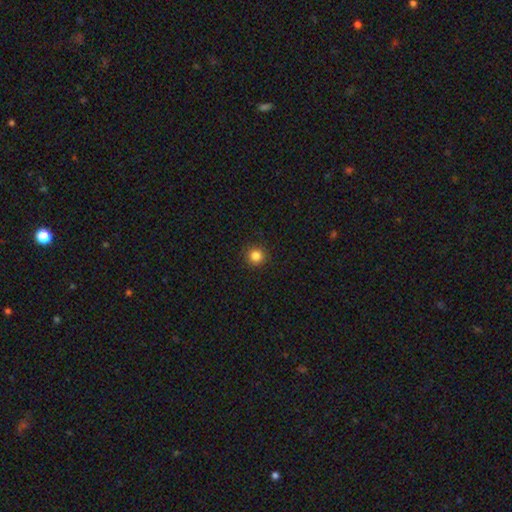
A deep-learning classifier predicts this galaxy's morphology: A smooth galaxy with no disk features (84%) that is round (95%). Merging: none (92%).